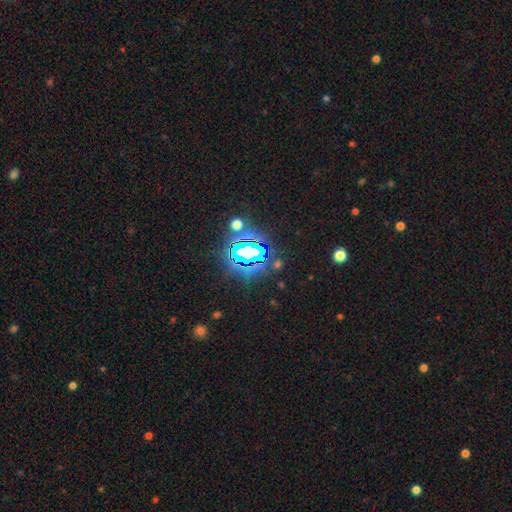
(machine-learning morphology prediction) type=star or artifact (78%).